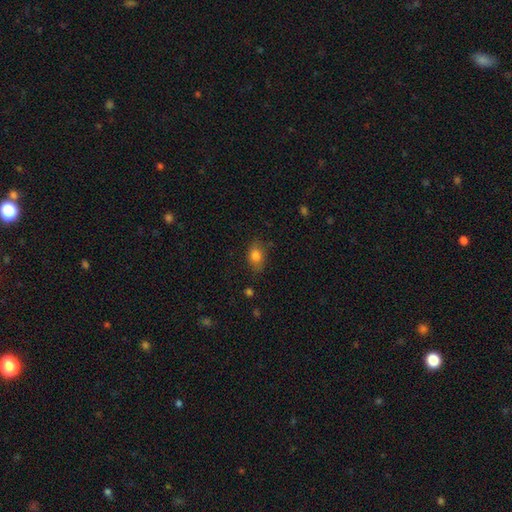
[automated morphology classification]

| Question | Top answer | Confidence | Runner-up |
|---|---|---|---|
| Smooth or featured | smooth | 82% | star or artifact (10%) |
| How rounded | in between | 73% | round (26%) |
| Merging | none | 74% | minor disturbance (19%) |